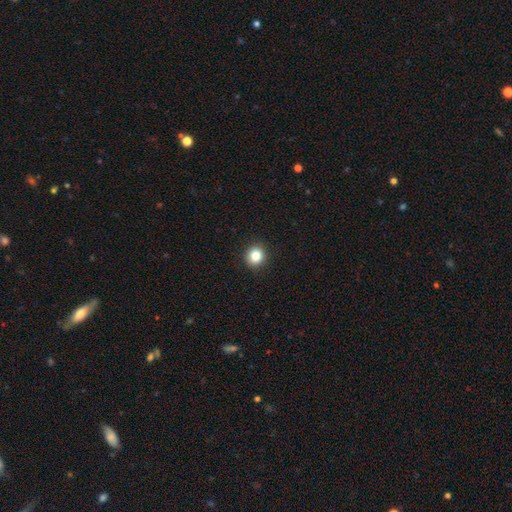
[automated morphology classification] This is clearly a smooth galaxy (84%). How rounded: clearly round (89%). Merging: clearly none (93%).